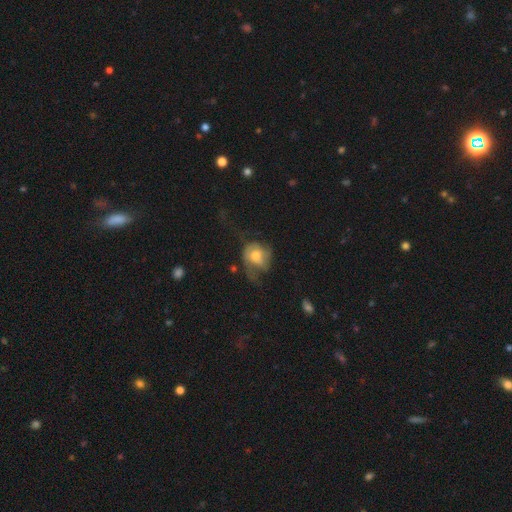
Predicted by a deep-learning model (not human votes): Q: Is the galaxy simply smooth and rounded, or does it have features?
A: smooth — 53%.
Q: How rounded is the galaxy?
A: round — 59%.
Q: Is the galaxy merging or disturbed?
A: major disturbance — 43%.